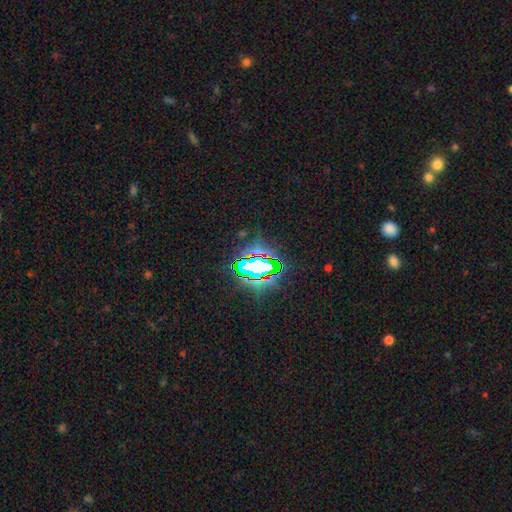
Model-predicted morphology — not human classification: Overall: star or artifact (77%).